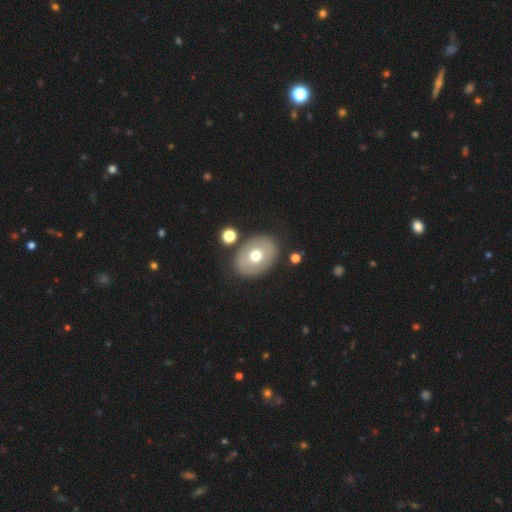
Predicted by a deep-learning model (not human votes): smooth-or-featured: smooth: 59% | featured or disk: 35% | star or artifact: 7%
  how-rounded: in between: 70% | round: 29% | cigar-shaped: 1%
  merging: none: 83% | minor disturbance: 9% | merger: 5% | major disturbance: 3%